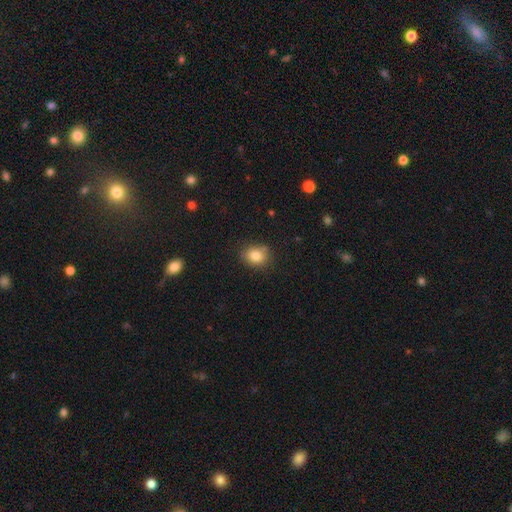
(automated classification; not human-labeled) Morphology: type=smooth (83%); roundness=round (62%); merging=none (78%).